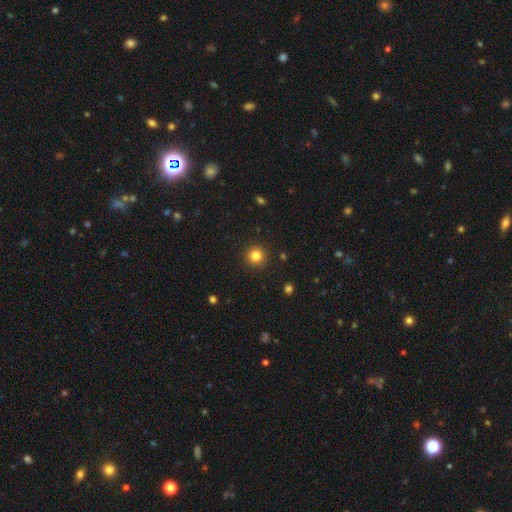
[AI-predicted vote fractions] Overall: smooth (82%). How rounded: round (95%). Merging: none (91%).